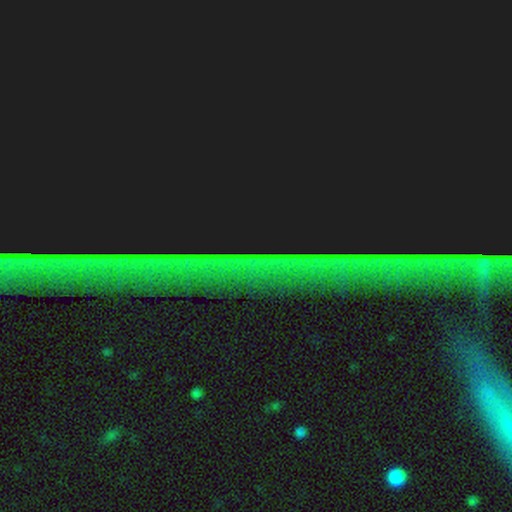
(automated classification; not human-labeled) A star or artifact, not a galaxy (80%).